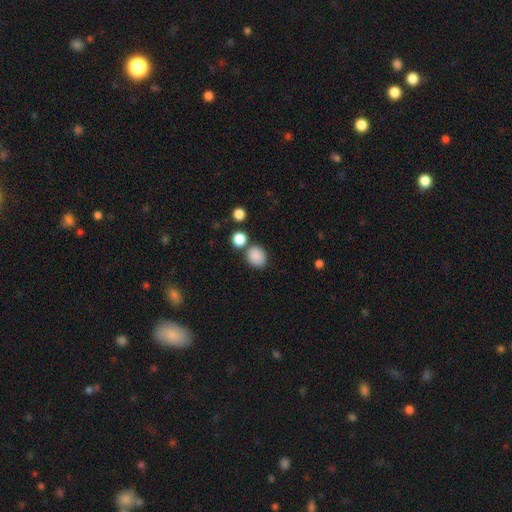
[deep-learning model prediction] Smooth or featured?
  - smooth: 87% *
  - star or artifact: 9%
  - featured or disk: 4%
How rounded?
  - round: 58% *
  - in between: 41%
  - cigar-shaped: 1%
Merging?
  - none: 72% *
  - merger: 13%
  - minor disturbance: 11%
  - major disturbance: 4%